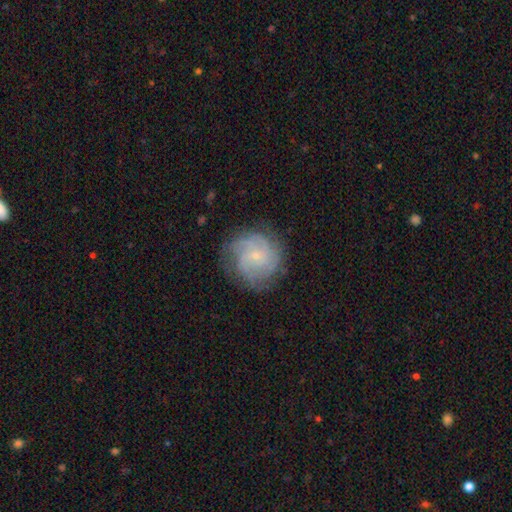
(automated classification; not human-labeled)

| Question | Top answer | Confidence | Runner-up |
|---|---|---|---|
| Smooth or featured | featured or disk | 74% | smooth (19%) |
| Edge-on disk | no | 98% | yes (2%) |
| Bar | no | 70% | weak (27%) |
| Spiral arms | yes | 93% | no (7%) |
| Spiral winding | tight | 58% | medium (33%) |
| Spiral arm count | can't tell | 33% | 3 (25%) |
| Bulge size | small | 79% | moderate (14%) |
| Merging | none | 75% | minor disturbance (17%) |